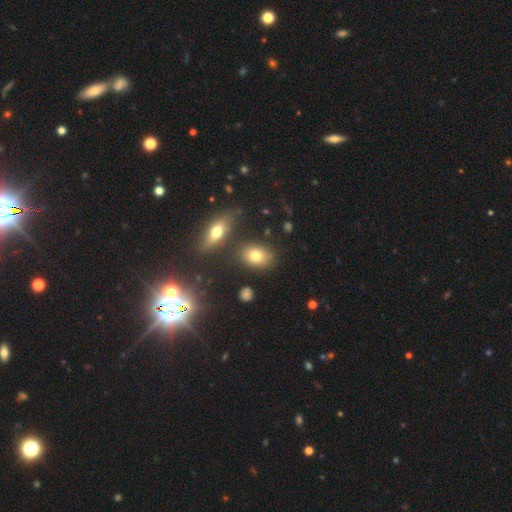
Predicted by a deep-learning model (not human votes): This is likely a smooth galaxy (77%). How rounded: likely in between (79%). Merging: likely none (77%).